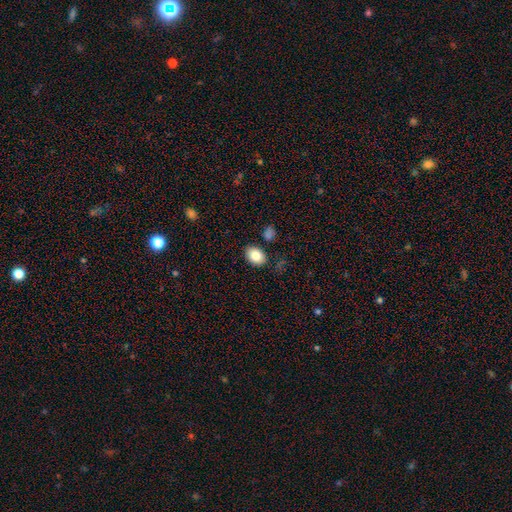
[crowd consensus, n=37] A smooth galaxy with no disk features (92%) that is in between round and cigar-shaped (76%). Merging: none (86%).